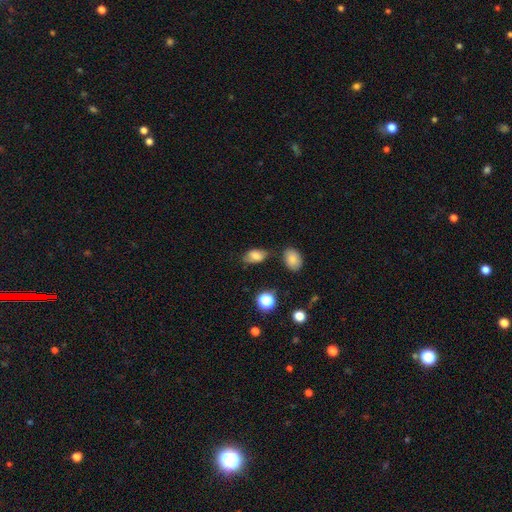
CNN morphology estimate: smooth_or_featured: smooth (p=0.75) [alt: featured or disk p=0.14]
how_rounded: in between (p=0.89) [alt: round p=0.08]
merging: none (p=0.66) [alt: minor disturbance p=0.23]